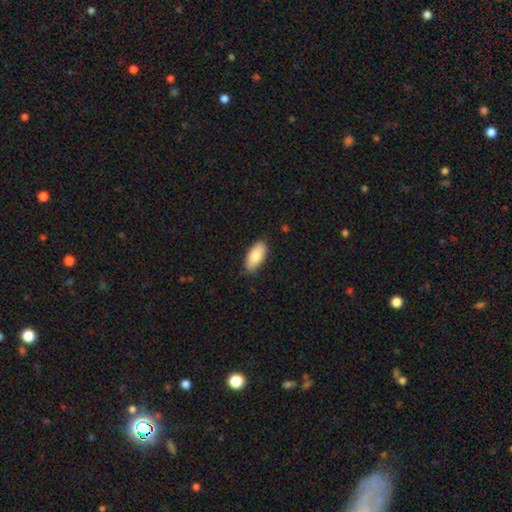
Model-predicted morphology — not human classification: This is clearly a smooth galaxy (82%). How rounded: clearly in between (91%). Merging: clearly none (82%).